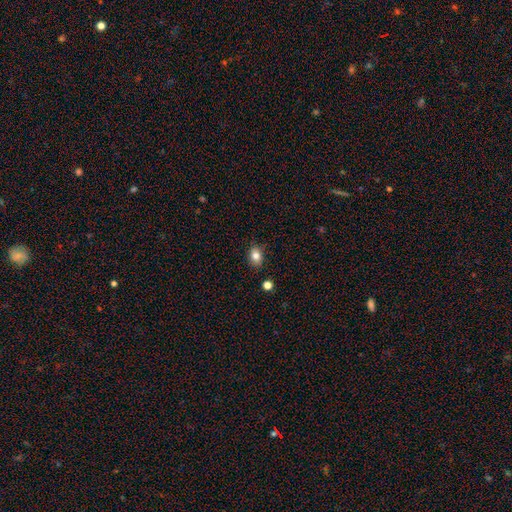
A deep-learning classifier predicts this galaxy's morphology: Q: Smooth or featured?
A: smooth (82%); runner-up: star or artifact (10%)
Q: How rounded?
A: in between (72%); runner-up: round (27%)
Q: Merging?
A: none (85%); runner-up: minor disturbance (11%)